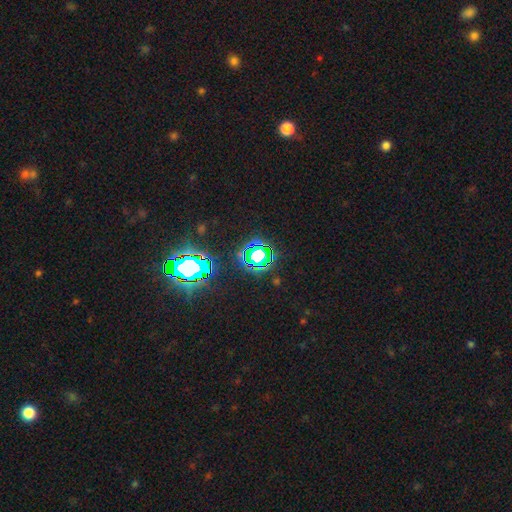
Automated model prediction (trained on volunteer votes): smooth_or_featured: star or artifact (p=0.68) [alt: smooth p=0.19]